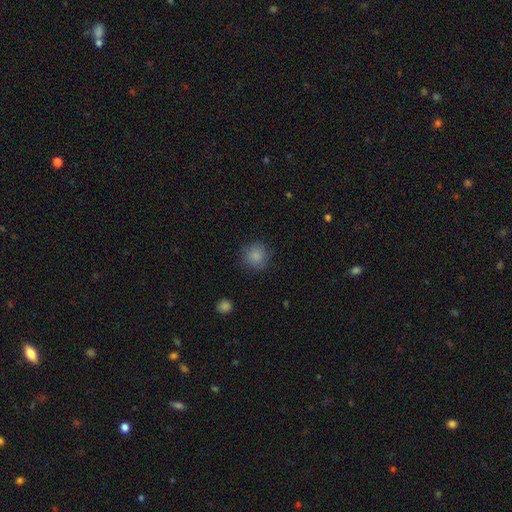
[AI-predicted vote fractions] Smooth or featured: smooth — 85% (star or artifact — 9%)
How rounded: round — 91% (in between — 8%)
Merging: none — 83% (minor disturbance — 12%)